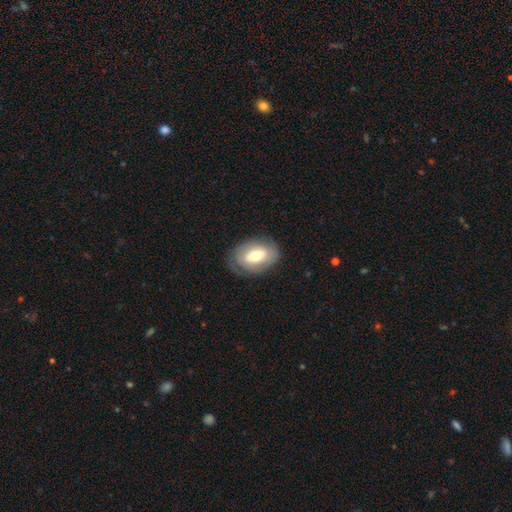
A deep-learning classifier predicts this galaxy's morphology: Overall: smooth (53%; featured or disk 40%). How rounded: in between (84%). Merging: none (77%).